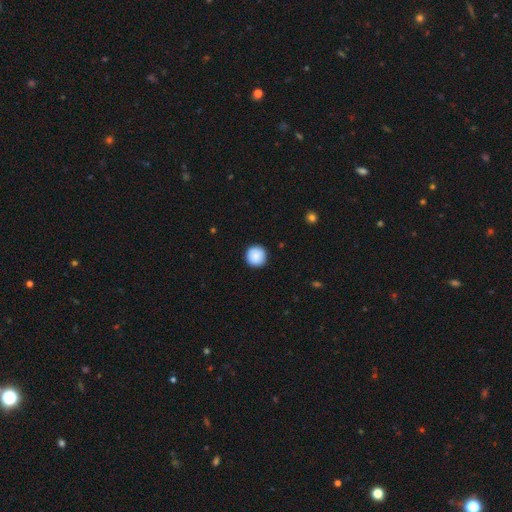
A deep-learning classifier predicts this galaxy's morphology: Q: Smooth or featured?
A: smooth (89%); runner-up: star or artifact (7%)
Q: How rounded?
A: round (96%); runner-up: in between (3%)
Q: Merging?
A: none (92%); runner-up: minor disturbance (5%)